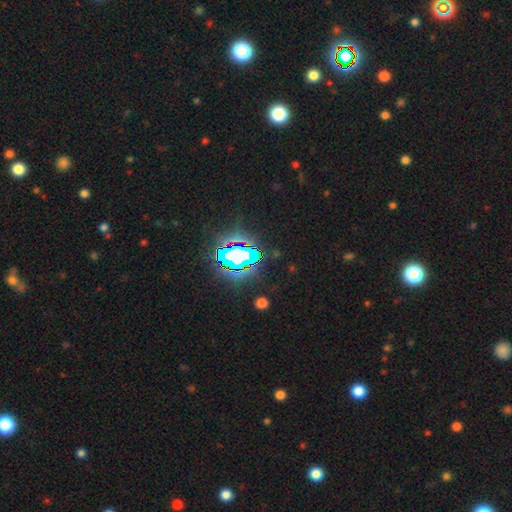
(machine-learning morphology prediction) A star or artifact, not a galaxy (76%).

Vote fractions:
- Smooth or featured? star or artifact: 76% / smooth: 14% / featured or disk: 10%